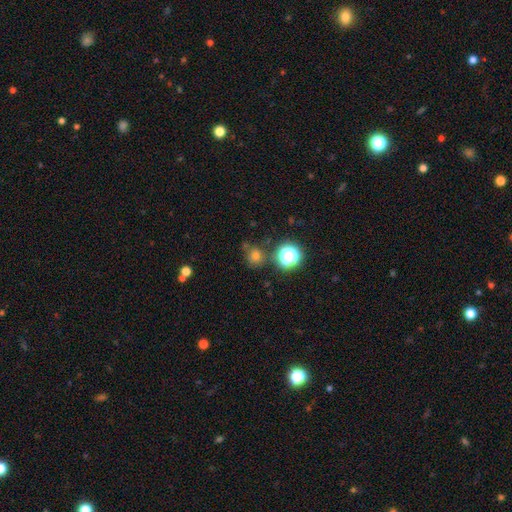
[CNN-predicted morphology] smooth-or-featured: smooth: 65% | star or artifact: 28% | featured or disk: 8%
  how-rounded: round: 87% | in between: 12% | cigar-shaped: 1%
  merging: none: 73% | minor disturbance: 13% | merger: 10% | major disturbance: 5%